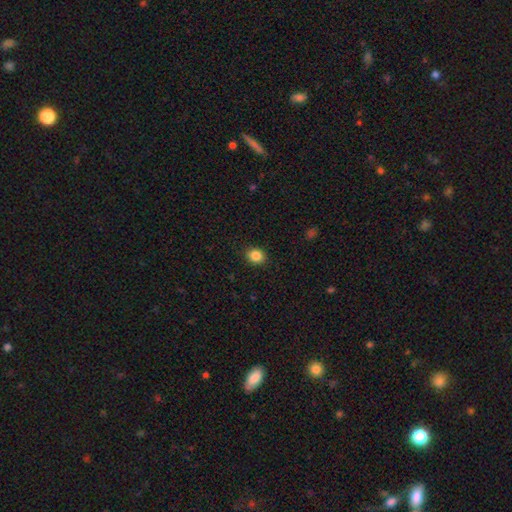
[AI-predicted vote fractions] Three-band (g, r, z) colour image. It shows a smooth galaxy with no disk features (86%) that is round (57%). Merging: none (89%).